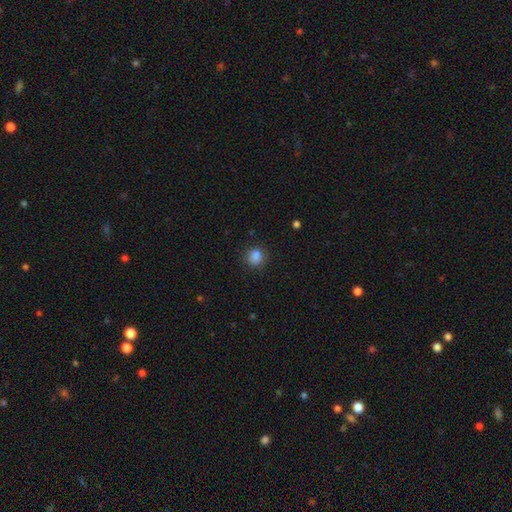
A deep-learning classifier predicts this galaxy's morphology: Smooth or featured? Predicted: smooth (p=0.85). How rounded? Predicted: round (p=0.77). Merging? Predicted: none (p=0.81).